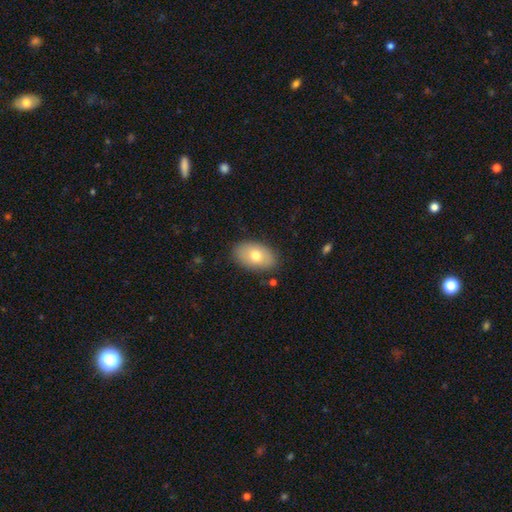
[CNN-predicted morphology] Q: Smooth or featured?
A: smooth (72%); runner-up: featured or disk (21%)
Q: How rounded?
A: in between (91%); runner-up: round (8%)
Q: Merging?
A: none (85%); runner-up: minor disturbance (11%)